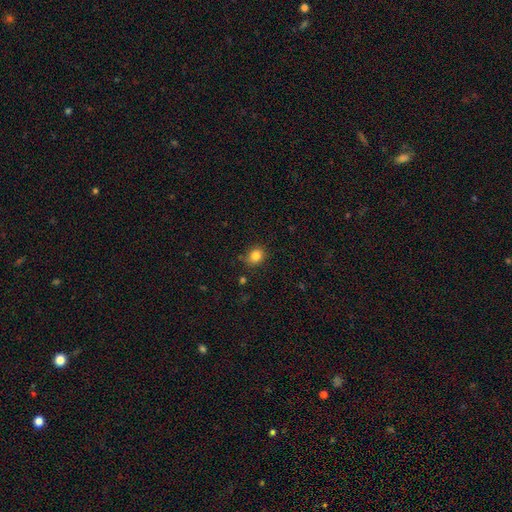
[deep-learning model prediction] Smooth or featured? smooth (83%)
How rounded? round (68%)
Merging? none (76%)